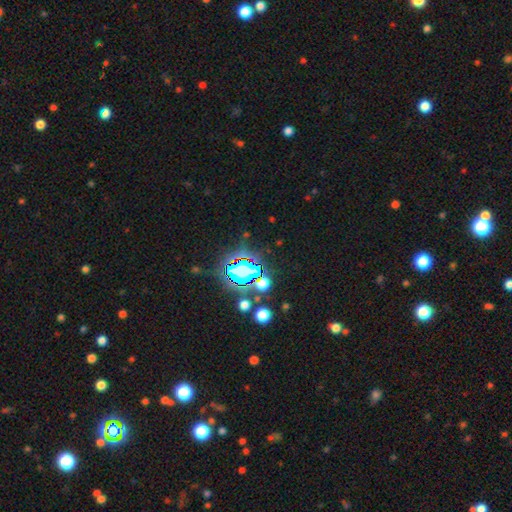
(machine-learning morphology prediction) This is clearly a star or artifact rather than a galaxy (81%).